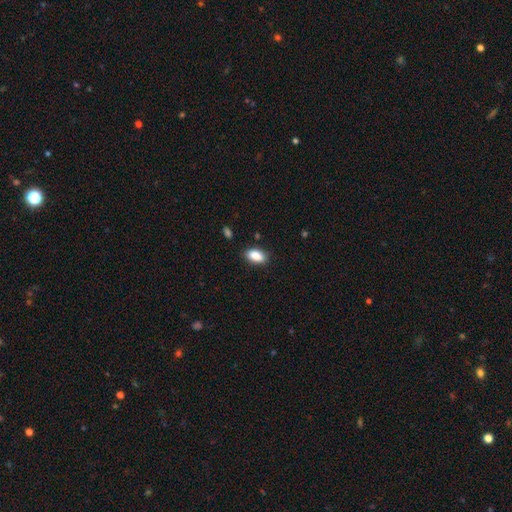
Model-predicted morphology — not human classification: A smooth galaxy with no disk features (88%) that is in between round and cigar-shaped (91%).

Vote fractions:
- Smooth or featured? smooth: 88% / star or artifact: 7% / featured or disk: 5%
- How rounded? in between: 91% / round: 5% / cigar-shaped: 4%
- Merging? none: 87% / minor disturbance: 10% / major disturbance: 2% / merger: 1%